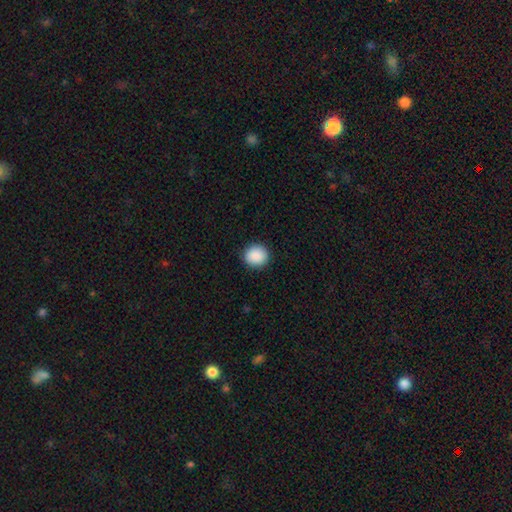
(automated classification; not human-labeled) A smooth galaxy with no disk features (90%) that is round (88%).

Vote fractions:
- Smooth or featured? smooth: 90% / star or artifact: 8% / featured or disk: 2%
- How rounded? round: 88% / in between: 11% / cigar-shaped: 1%
- Merging? none: 91% / minor disturbance: 6% / major disturbance: 2% / merger: 1%